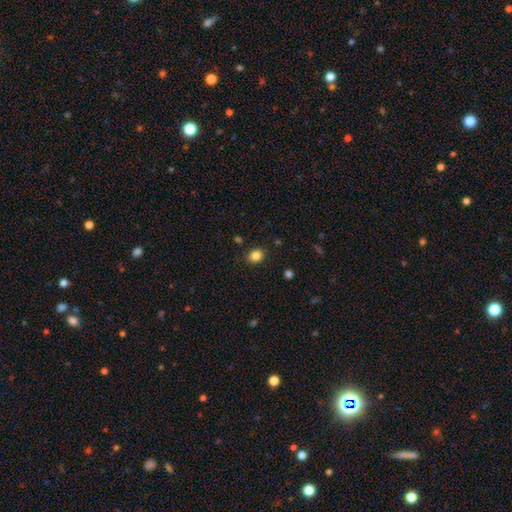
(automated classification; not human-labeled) Overall: smooth (84%). How rounded: round (69%; in between 30%). Merging: none (88%).